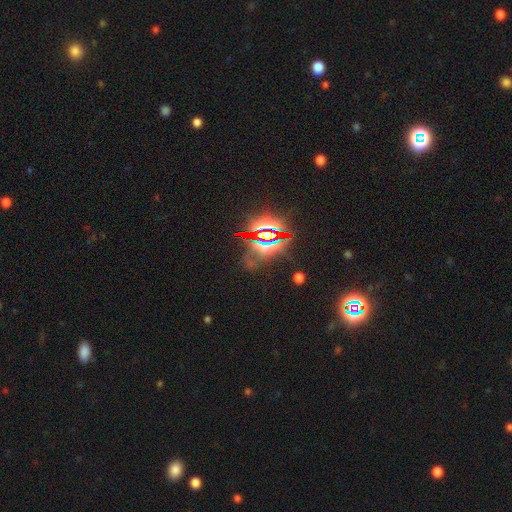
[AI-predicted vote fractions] A star or artifact, not a galaxy (85%).

Vote fractions:
- Smooth or featured? star or artifact: 85% / smooth: 8% / featured or disk: 7%